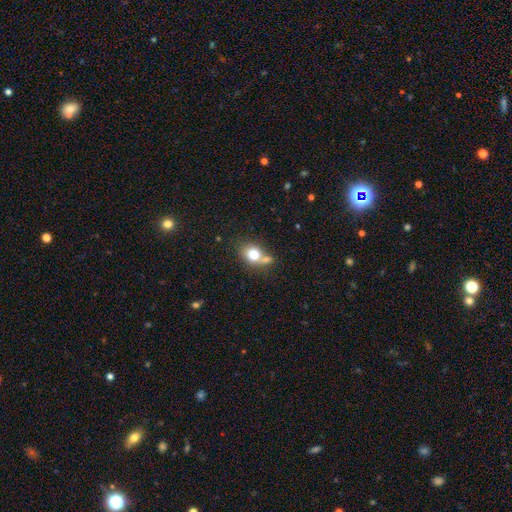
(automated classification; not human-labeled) Smooth or featured? Predicted: smooth (p=0.72). How rounded? Predicted: round (p=0.58). Merging? Predicted: none (p=0.51).